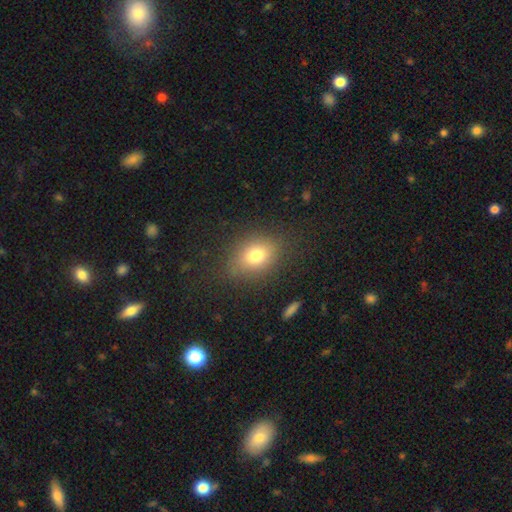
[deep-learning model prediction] smooth-or-featured: smooth: 77% | star or artifact: 12% | featured or disk: 11%
  how-rounded: in between: 61% | round: 37% | cigar-shaped: 2%
  merging: none: 80% | minor disturbance: 13% | major disturbance: 5% | merger: 2%